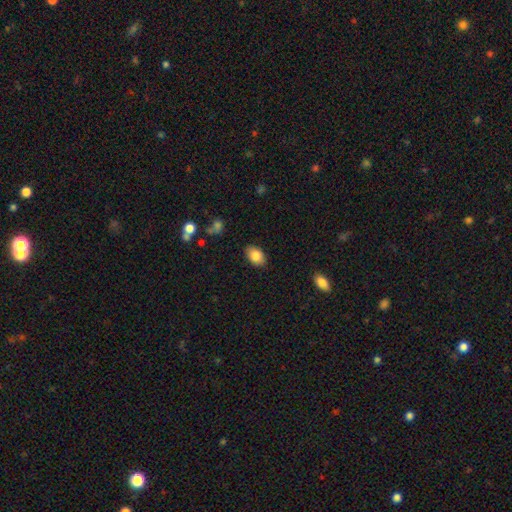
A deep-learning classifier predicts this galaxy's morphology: smooth_or_featured: smooth (p=0.84) [alt: featured or disk p=0.08]
how_rounded: in between (p=0.86) [alt: round p=0.13]
merging: none (p=0.86) [alt: minor disturbance p=0.10]